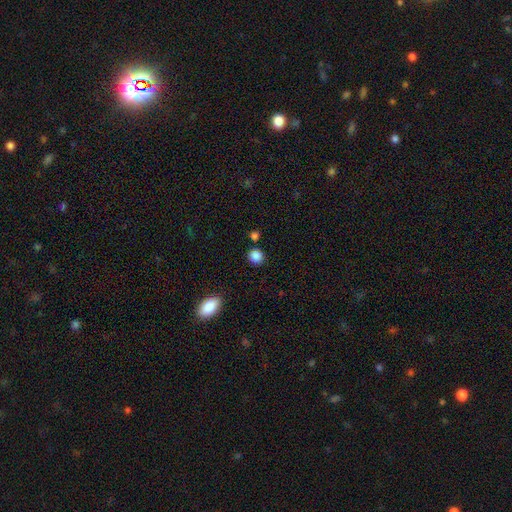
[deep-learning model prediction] Overall: smooth (85%). How rounded: round (83%). Merging: none (79%).